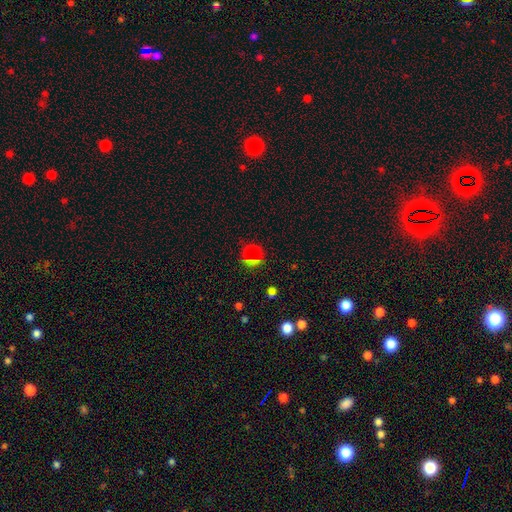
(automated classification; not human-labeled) Smooth or featured? smooth (66%)
How rounded? round (89%)
Merging? none (82%)